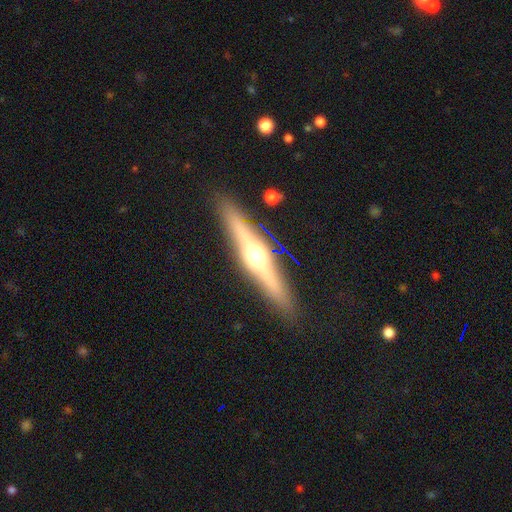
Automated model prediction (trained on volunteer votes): This appears to be a featured or disk galaxy (67%) viewed edge-on (96%) with a rounded central bulge (94%). Merging: none (88%).